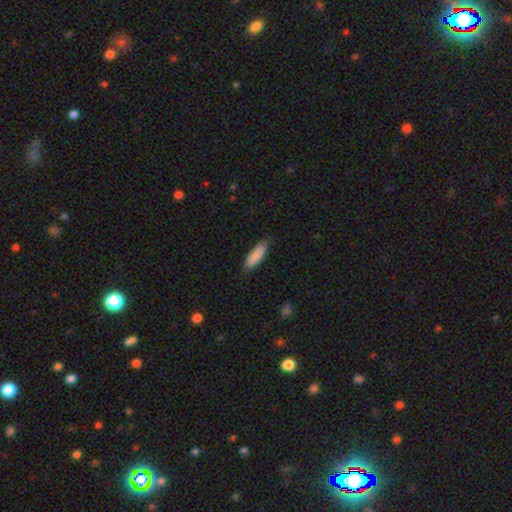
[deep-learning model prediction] smooth 87%, featured or disk 7%, star or artifact 6%. Down the decision tree: how rounded — cigar-shaped (50%); merging — none (80%).